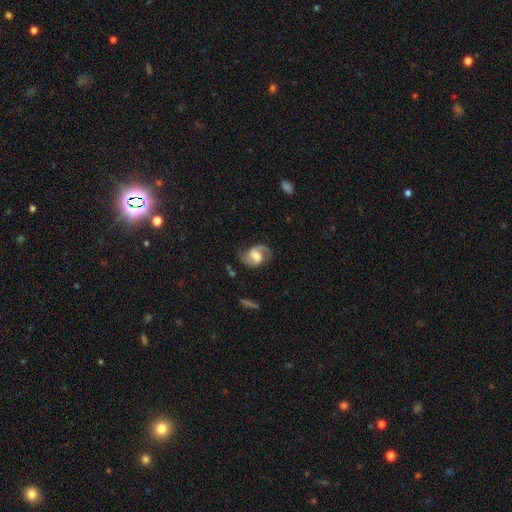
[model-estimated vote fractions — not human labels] Q: Smooth or featured?
A: featured or disk (82%); runner-up: smooth (12%)
Q: Edge-on disk?
A: no (98%); runner-up: yes (2%)
Q: Bar?
A: weak (51%); runner-up: no (28%)
Q: Spiral arms?
A: yes (95%); runner-up: no (5%)
Q: Spiral winding?
A: medium (54%); runner-up: loose (28%)
Q: Spiral arm count?
A: 2 (90%); runner-up: 1 (4%)
Q: Bulge size?
A: moderate (54%); runner-up: small (21%)
Q: Merging?
A: none (74%); runner-up: minor disturbance (17%)